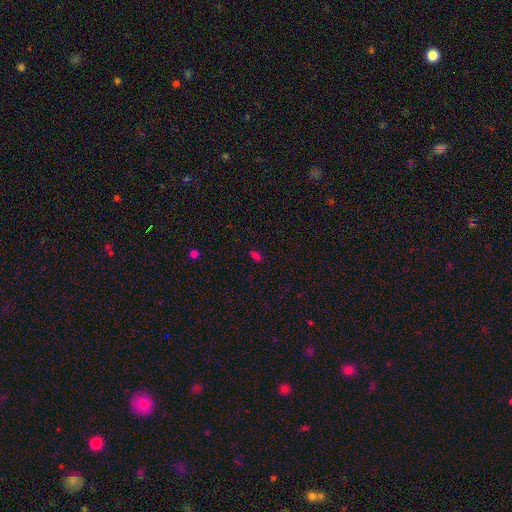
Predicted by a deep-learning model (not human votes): Q: Smooth or featured?
A: smooth (69%); runner-up: star or artifact (26%)
Q: How rounded?
A: in between (87%); runner-up: round (9%)
Q: Merging?
A: none (83%); runner-up: minor disturbance (11%)